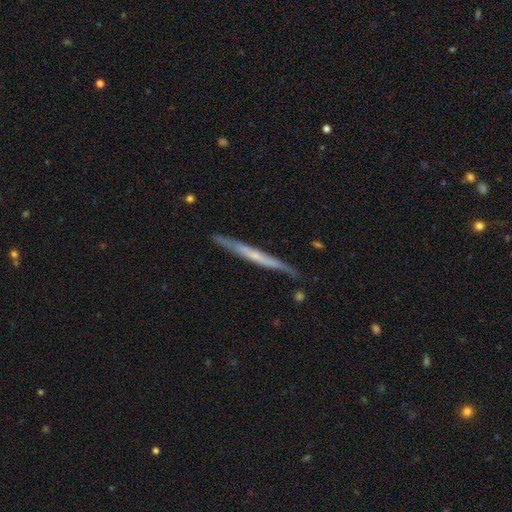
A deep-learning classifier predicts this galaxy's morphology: Smooth or featured: featured or disk — 61% (smooth — 33%)
Edge-on disk: yes — 95% (no — 5%)
Edge-on bulge: none — 72% (rounded — 21%)
Merging: none — 83% (minor disturbance — 13%)